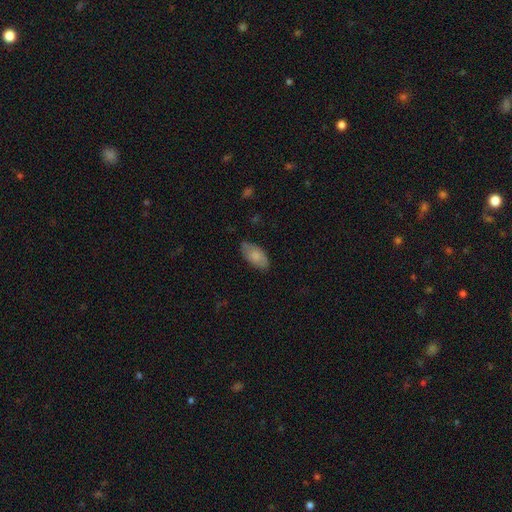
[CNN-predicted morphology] smooth 79%, featured or disk 15%, star or artifact 6%. Down the decision tree: how rounded — in between (94%); merging — none (74%).